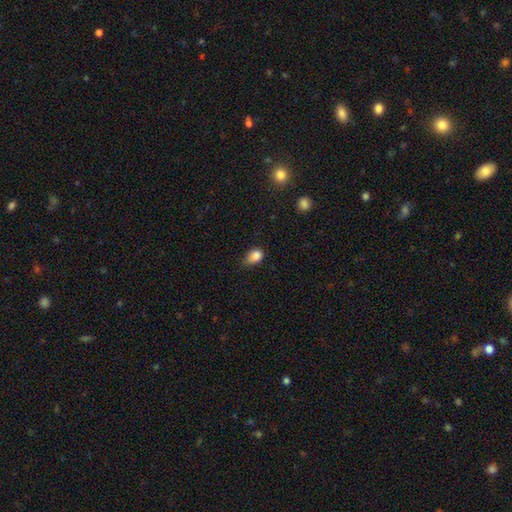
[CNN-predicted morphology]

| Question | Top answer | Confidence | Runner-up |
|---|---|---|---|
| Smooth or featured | smooth | 85% | star or artifact (10%) |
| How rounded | in between | 65% | round (33%) |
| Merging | none | 47% | minor disturbance (42%) |